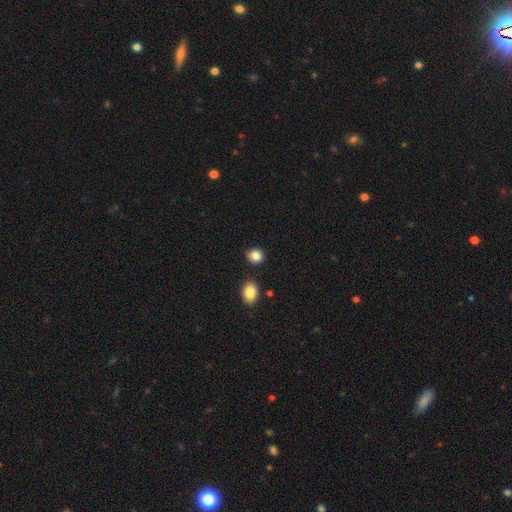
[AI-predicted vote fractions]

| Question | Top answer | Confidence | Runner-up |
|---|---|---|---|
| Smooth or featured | smooth | 86% | star or artifact (9%) |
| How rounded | round | 76% | in between (23%) |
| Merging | none | 84% | minor disturbance (9%) |